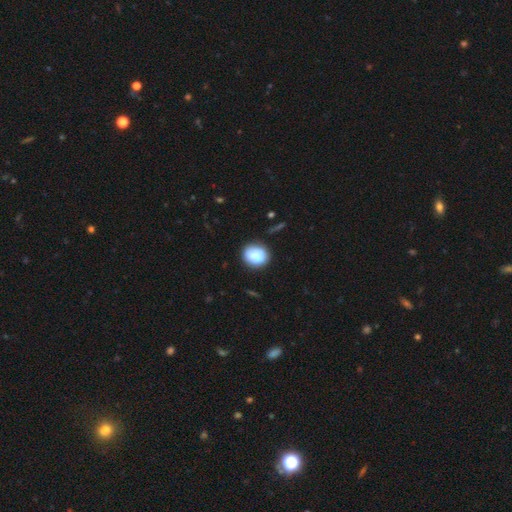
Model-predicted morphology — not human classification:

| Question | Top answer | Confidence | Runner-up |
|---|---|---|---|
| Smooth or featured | smooth | 80% | featured or disk (12%) |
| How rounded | round | 68% | in between (31%) |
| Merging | none | 73% | minor disturbance (18%) |